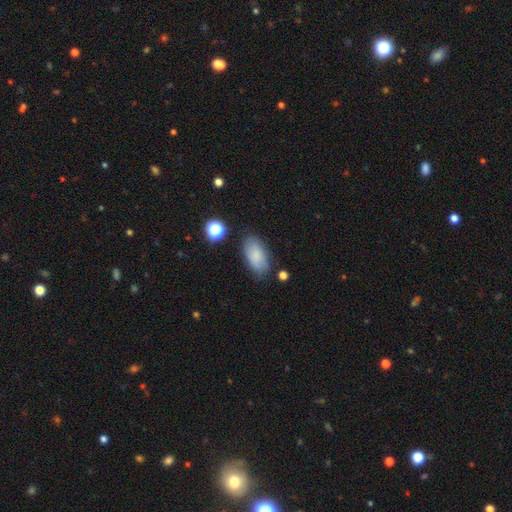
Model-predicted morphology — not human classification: The model was most divided on "merging": none: 75%, minor disturbance: 17%, major disturbance: 5%, merger: 3%. More confident: how rounded — in between (92%); smooth or featured — smooth (83%).